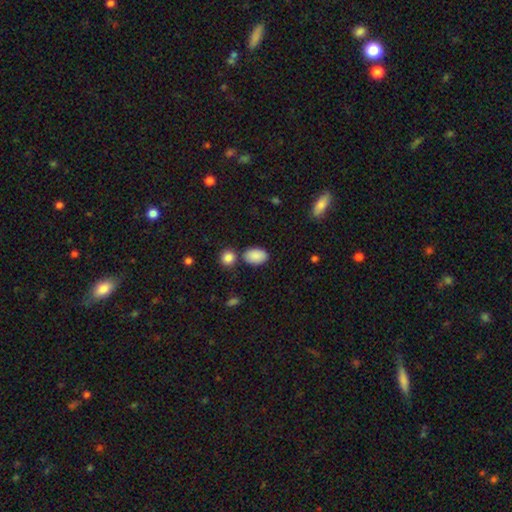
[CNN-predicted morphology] Smooth or featured?
  - smooth: 88% *
  - star or artifact: 7%
  - featured or disk: 4%
How rounded?
  - in between: 89% *
  - round: 10%
  - cigar-shaped: 1%
Merging?
  - none: 74% *
  - minor disturbance: 13%
  - merger: 10%
  - major disturbance: 3%